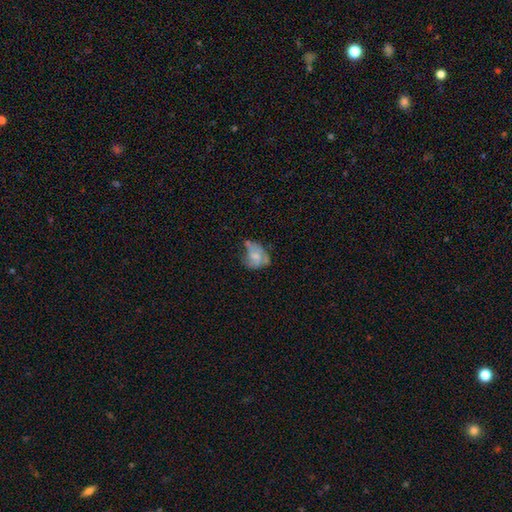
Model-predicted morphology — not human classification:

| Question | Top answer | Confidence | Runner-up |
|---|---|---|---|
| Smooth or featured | smooth | 49% | featured or disk (42%) |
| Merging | minor disturbance | 32% | none (30%) |